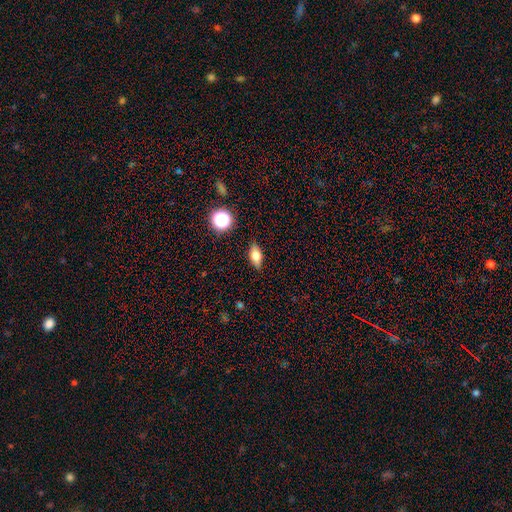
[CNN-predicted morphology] Smooth or featured: smooth — 70% (featured or disk — 19%)
How rounded: in between — 77% (cigar-shaped — 14%)
Merging: none — 86% (minor disturbance — 10%)